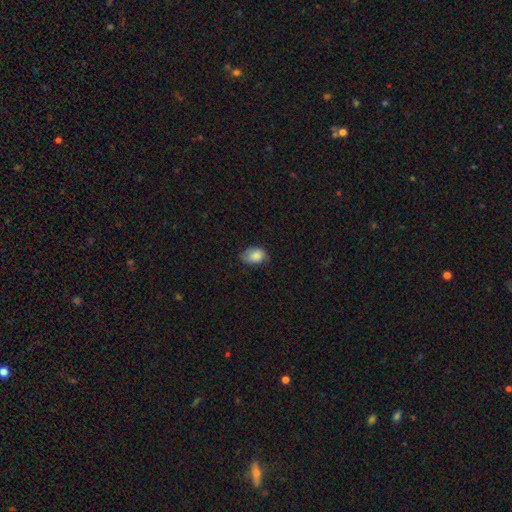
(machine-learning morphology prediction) This is clearly a smooth galaxy (80%). How rounded: clearly in between (81%). Merging: likely none (62%).